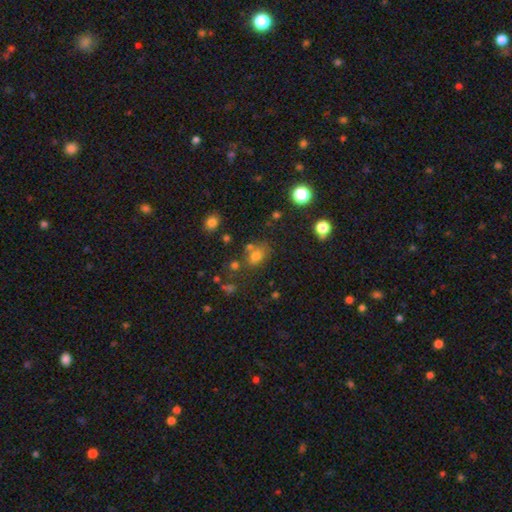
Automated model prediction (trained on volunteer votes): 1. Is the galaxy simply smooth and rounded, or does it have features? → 70% smooth, 18% star or artifact, 11% featured or disk.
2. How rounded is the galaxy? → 61% in between, 37% round, 2% cigar-shaped.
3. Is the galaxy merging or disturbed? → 56% none, 19% merger, 17% minor disturbance, 8% major disturbance.